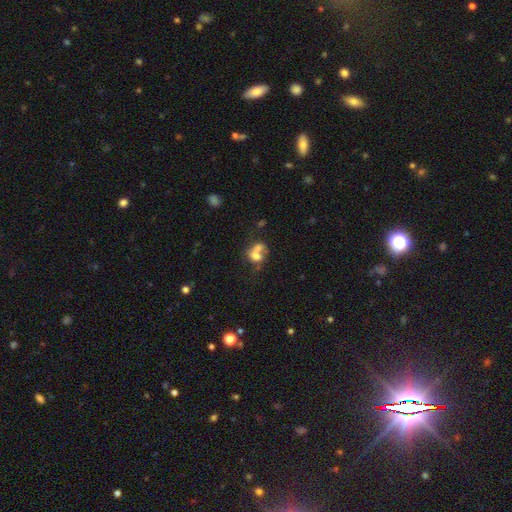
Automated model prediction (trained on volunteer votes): Smooth or featured? smooth (54%)
How rounded? in between (57%)
Merging? merger (51%)